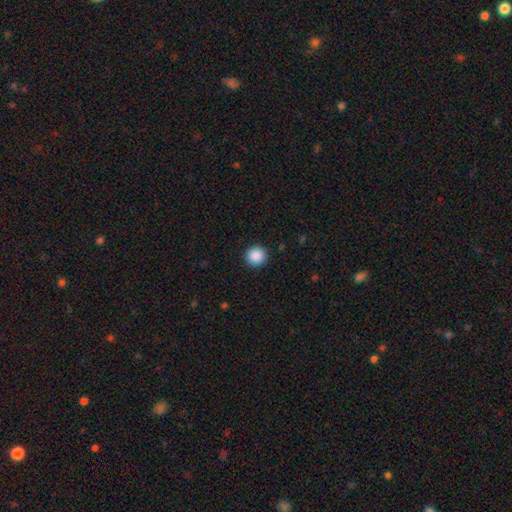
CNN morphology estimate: Smooth or featured: smooth — 88% (star or artifact — 9%)
How rounded: round — 94% (in between — 5%)
Merging: none — 92% (minor disturbance — 5%)